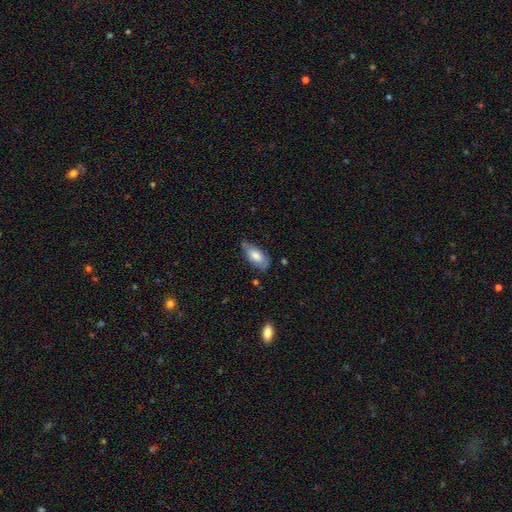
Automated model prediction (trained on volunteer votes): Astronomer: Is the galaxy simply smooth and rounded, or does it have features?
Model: smooth — 67%.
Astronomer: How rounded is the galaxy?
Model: in between — 87%.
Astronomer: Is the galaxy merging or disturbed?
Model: none — 57% (runner-up: minor disturbance, 33%).